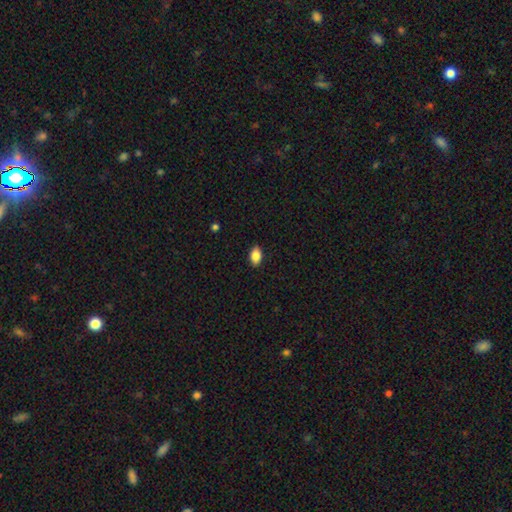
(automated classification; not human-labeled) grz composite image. It shows a smooth galaxy with no disk features (87%) that is in between round and cigar-shaped (90%). Merging: none (89%).